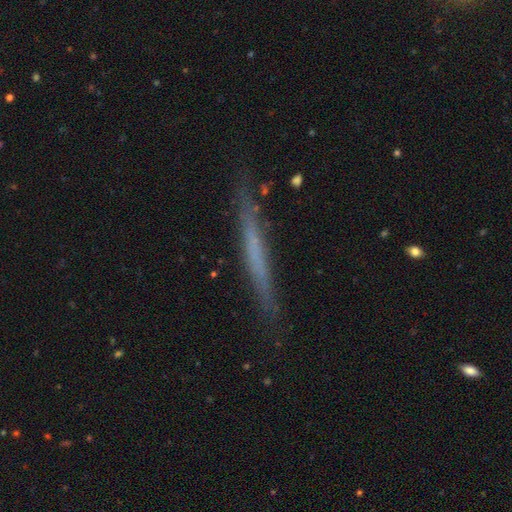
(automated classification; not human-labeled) The model was most divided on "smooth or featured": featured or disk: 50%, smooth: 43%, star or artifact: 7%. More confident: merging — none (83%).